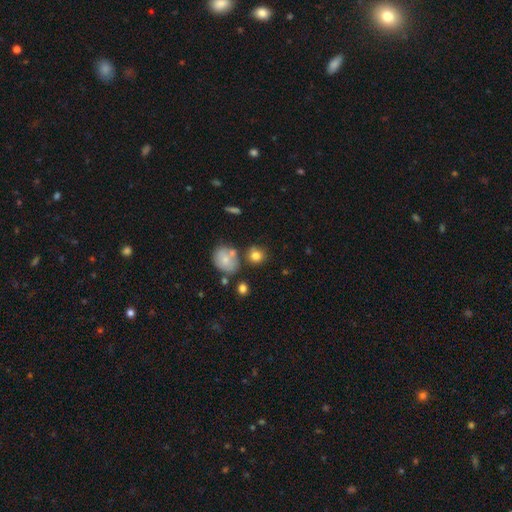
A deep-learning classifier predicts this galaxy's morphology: Smooth or featured? smooth (79%)
How rounded? round (82%)
Merging? none (69%)